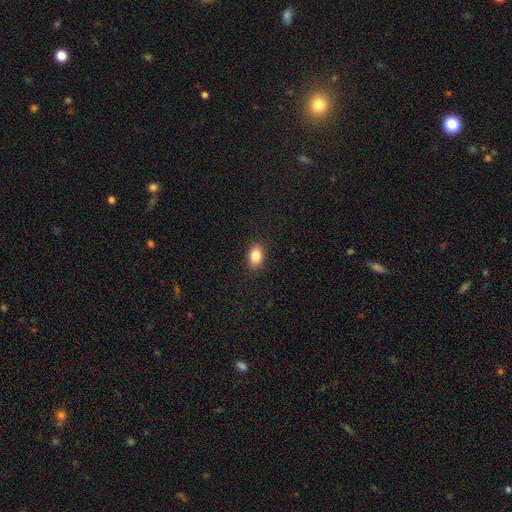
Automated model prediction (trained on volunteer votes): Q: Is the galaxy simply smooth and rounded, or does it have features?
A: smooth — 85%.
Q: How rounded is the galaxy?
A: in between — 78%.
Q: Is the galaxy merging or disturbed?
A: none — 89%.